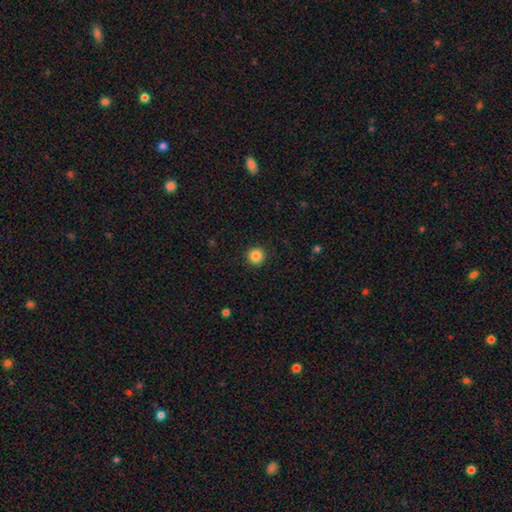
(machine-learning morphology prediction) A smooth galaxy with no disk features (85%) that is round (96%). Merging: none (93%).